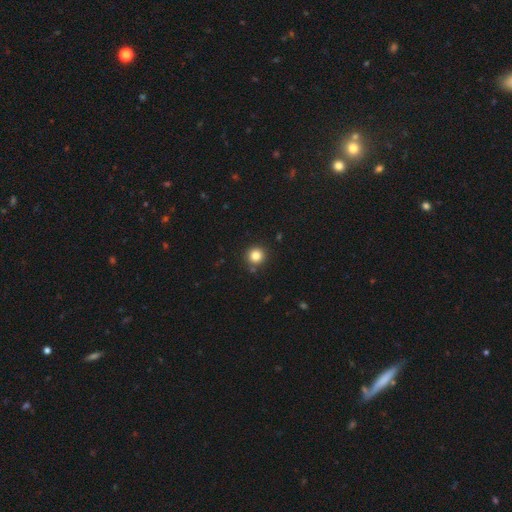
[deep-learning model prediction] Overall: smooth (83%). How rounded: round (95%). Merging: none (89%).